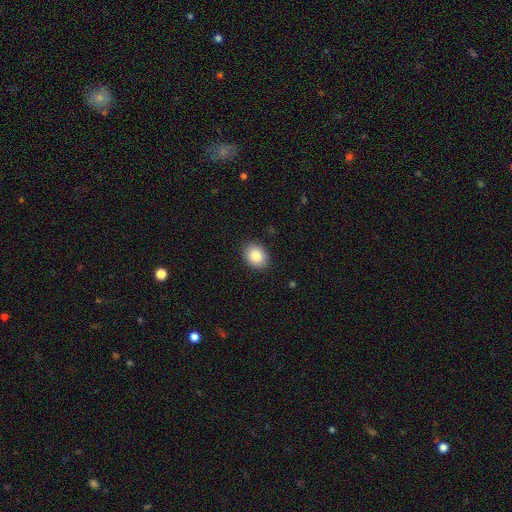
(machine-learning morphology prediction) type=smooth (85%); roundness=in between (53%); merging=none (90%).